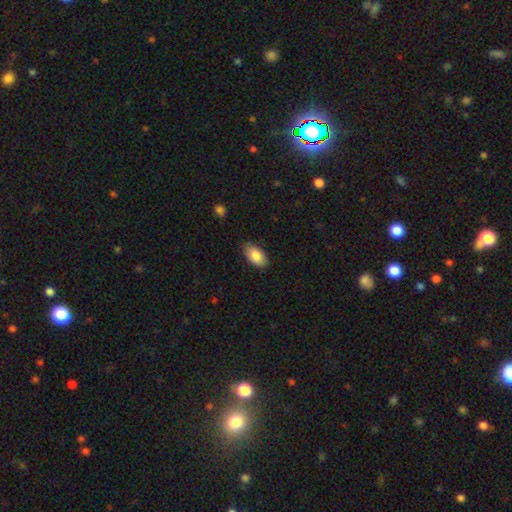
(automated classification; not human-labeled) smooth_or_featured: smooth (p=0.87) [alt: featured or disk p=0.07]
how_rounded: in between (p=0.94) [alt: round p=0.04]
merging: none (p=0.83) [alt: minor disturbance p=0.13]